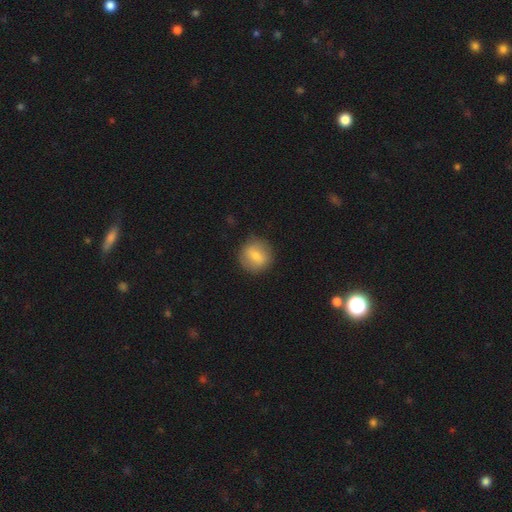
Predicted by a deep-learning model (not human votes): The model was most divided on "smooth or featured": smooth: 67%, featured or disk: 25%, star or artifact: 8%. More confident: how rounded — round (90%); merging — none (85%).